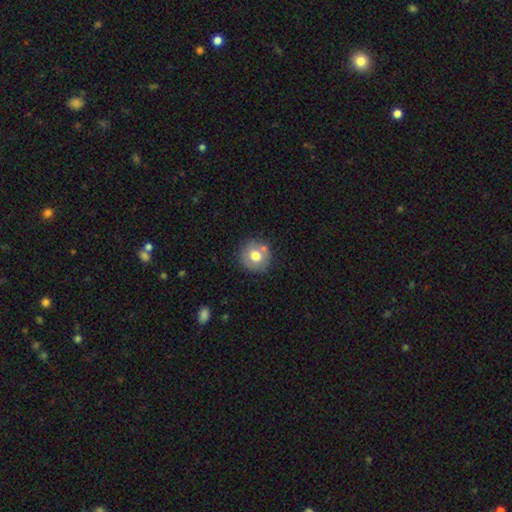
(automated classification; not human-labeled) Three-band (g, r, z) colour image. It shows a smooth galaxy with no disk features (71%) that is round (90%). Merging: none (73%).